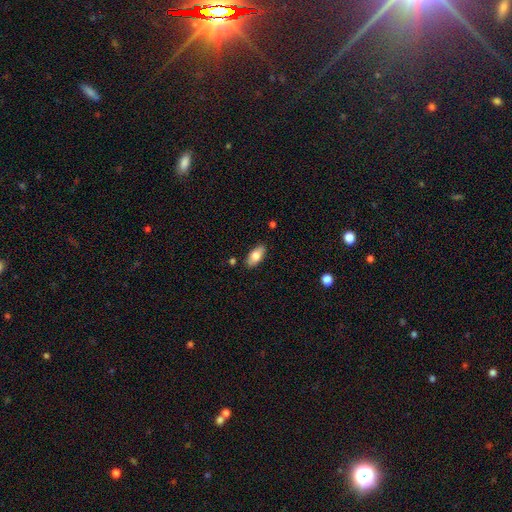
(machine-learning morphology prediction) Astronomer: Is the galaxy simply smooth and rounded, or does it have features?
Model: smooth — 77%.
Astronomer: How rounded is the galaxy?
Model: in between — 90%.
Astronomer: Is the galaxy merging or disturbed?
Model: none — 86%.